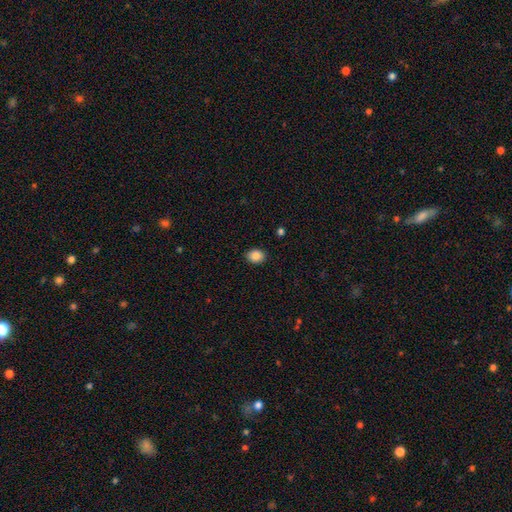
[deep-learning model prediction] A smooth galaxy with no disk features (87%) that is in between round and cigar-shaped (55%).

Vote fractions:
- Smooth or featured? smooth: 87% / star or artifact: 9% / featured or disk: 4%
- How rounded? in between: 55% / round: 44% / cigar-shaped: 1%
- Merging? none: 90% / minor disturbance: 7% / major disturbance: 2% / merger: 1%